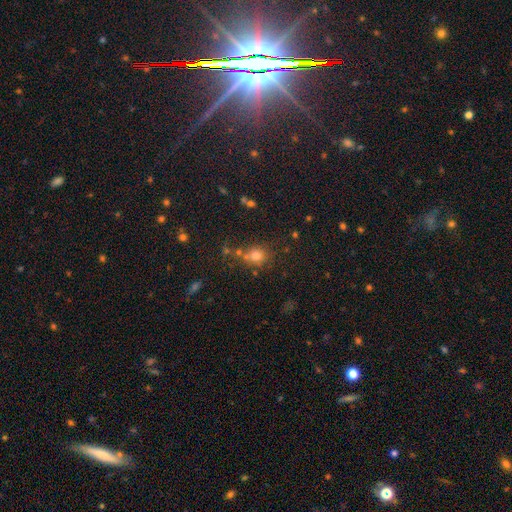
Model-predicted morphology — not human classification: Smooth or featured: smooth — 72% (star or artifact — 19%)
How rounded: round — 79% (in between — 20%)
Merging: none — 61% (merger — 18%)